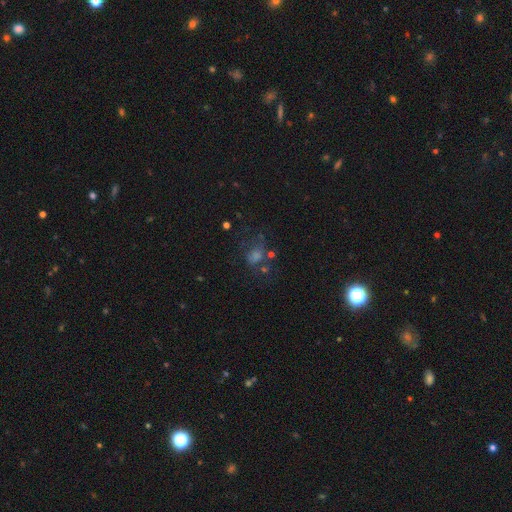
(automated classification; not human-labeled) smooth 41%, star or artifact 36%, featured or disk 23%. Down the decision tree: merging — none (51%).